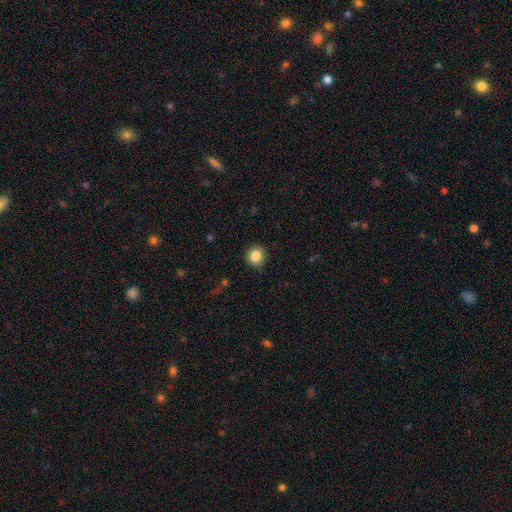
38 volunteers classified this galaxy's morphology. A smooth galaxy with no disk features (92%) that is round (97%).

Vote fractions:
- Smooth or featured? smooth: 92% / star or artifact: 8% / featured or disk: 0%
- How rounded? round: 97% / in between: 3% / cigar-shaped: 0%
- Merging? none: 94% / minor disturbance: 3% / major disturbance: 3% / merger: 0%